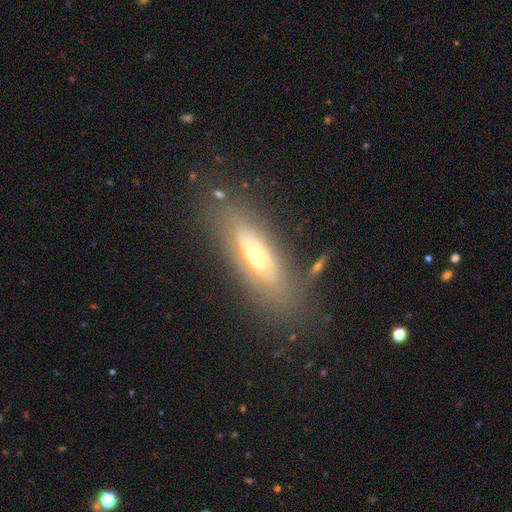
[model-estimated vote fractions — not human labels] Smooth or featured? featured or disk (55%)
Edge-on disk? no (57%)
Merging? none (75%)